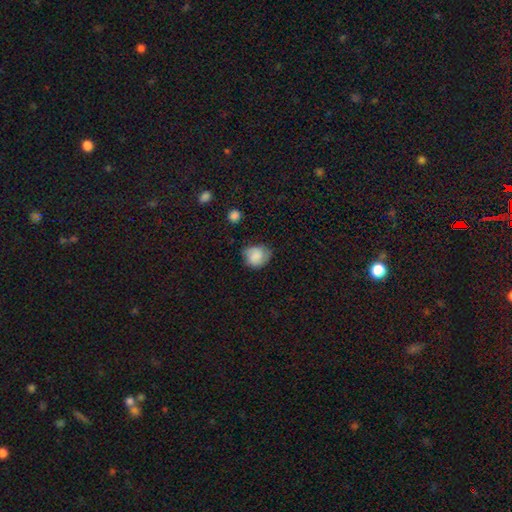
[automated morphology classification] Smooth or featured? Predicted: smooth (p=0.72). How rounded? Predicted: round (p=0.71). Merging? Predicted: none (p=0.61).